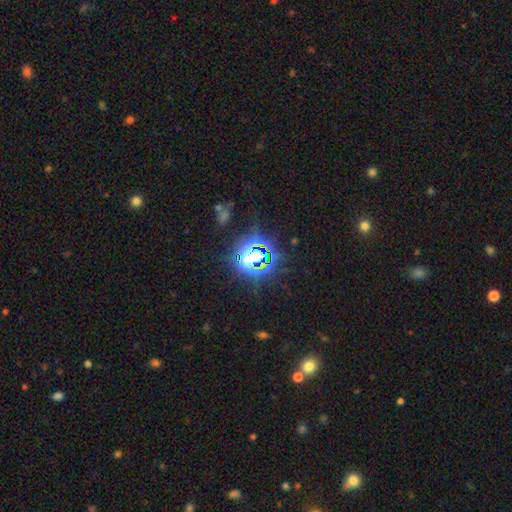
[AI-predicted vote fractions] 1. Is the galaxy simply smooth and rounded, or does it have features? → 72% star or artifact, 18% smooth, 10% featured or disk.